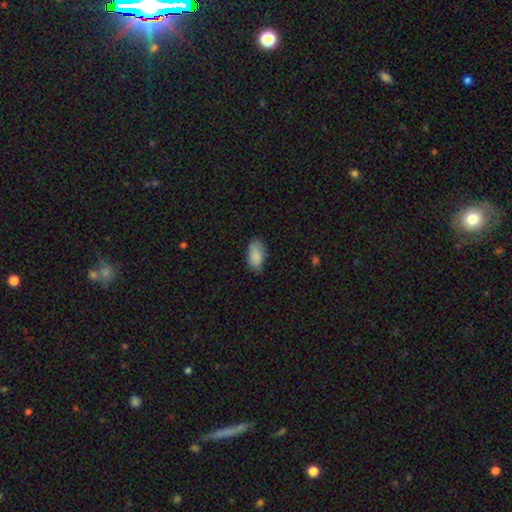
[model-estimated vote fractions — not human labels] Morphology: type=smooth (88%); roundness=in between (94%); merging=none (72%).